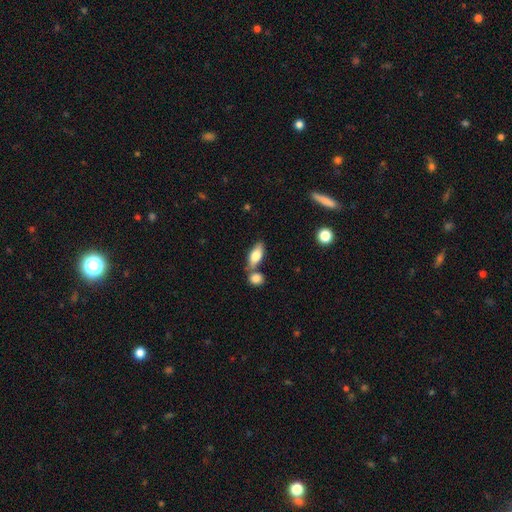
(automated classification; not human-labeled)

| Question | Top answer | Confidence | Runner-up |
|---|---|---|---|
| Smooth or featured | smooth | 75% | featured or disk (18%) |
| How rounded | in between | 80% | cigar-shaped (16%) |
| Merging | none | 54% | merger (30%) |